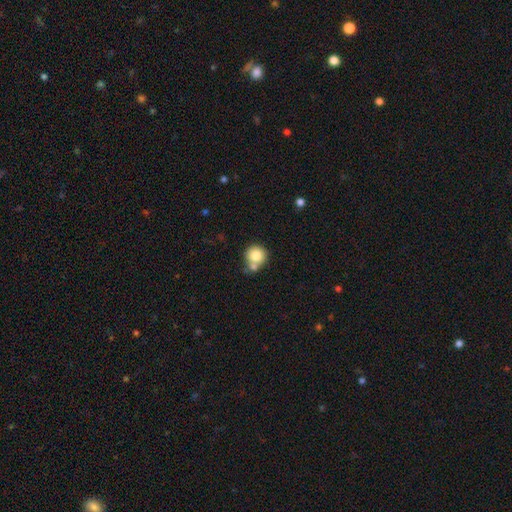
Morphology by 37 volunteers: Overall: smooth (81%). How rounded: round (97%). Merging: none (47%; merger 32%).